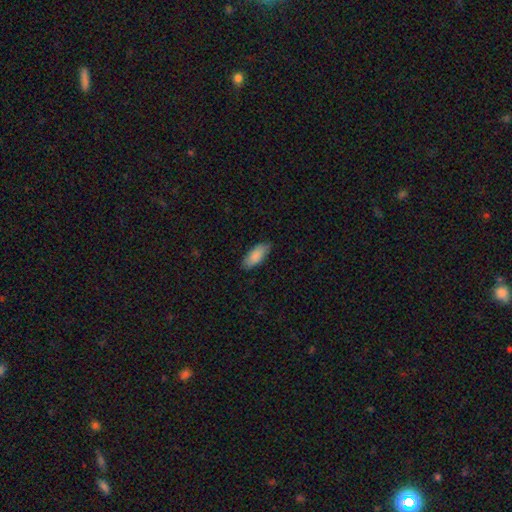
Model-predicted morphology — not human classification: Q: Smooth or featured?
A: smooth (88%); runner-up: featured or disk (7%)
Q: How rounded?
A: in between (81%); runner-up: cigar-shaped (17%)
Q: Merging?
A: none (83%); runner-up: minor disturbance (13%)